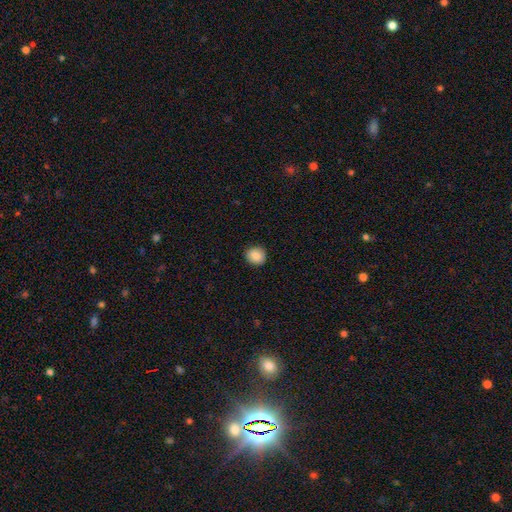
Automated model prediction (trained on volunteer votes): Smooth or featured: smooth — 87% (star or artifact — 8%)
How rounded: round — 84% (in between — 15%)
Merging: none — 91% (minor disturbance — 7%)